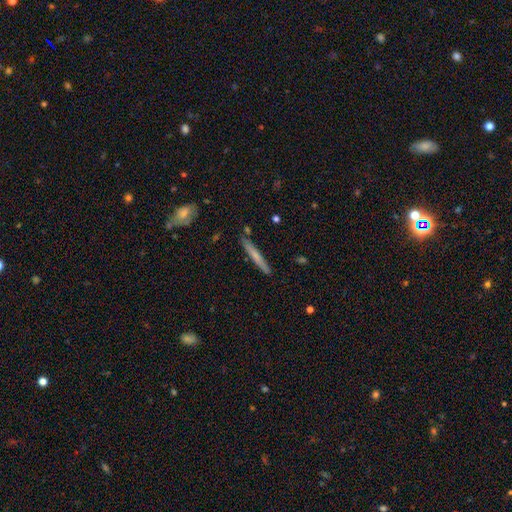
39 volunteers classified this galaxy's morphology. This appears to be a smooth galaxy with no disk features (49%, tied with featured or disk) that is cigar-shaped (100%). Merging: none (92%).